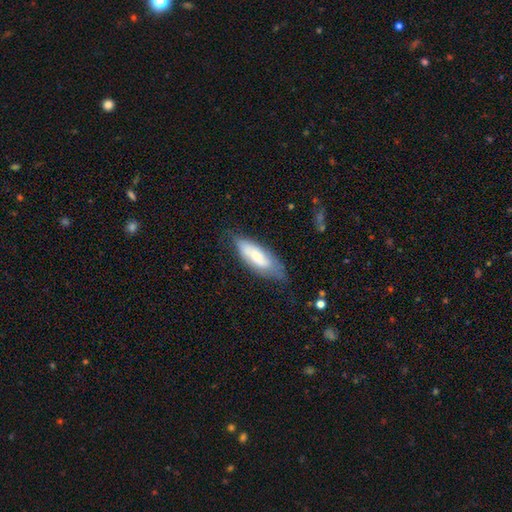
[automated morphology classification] smooth 59%, featured or disk 34%, star or artifact 7%. Down the decision tree: how rounded — in between (65%); merging — none (62%).